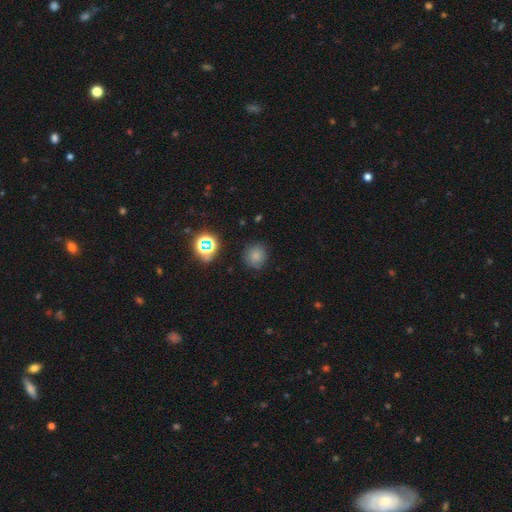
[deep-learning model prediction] Overall: smooth (75%). How rounded: round (89%). Merging: none (85%).